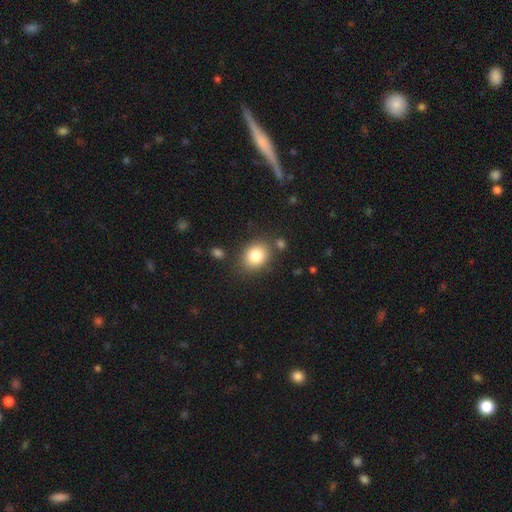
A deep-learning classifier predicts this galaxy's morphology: Overall: smooth (82%). How rounded: round (52%; in between 47%). Merging: none (79%).